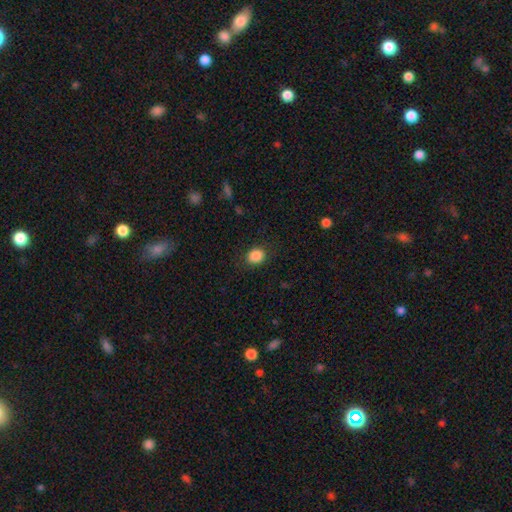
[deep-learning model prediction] smooth_or_featured: smooth (p=0.88) [alt: star or artifact p=0.09]
how_rounded: round (p=0.53) [alt: in between p=0.46]
merging: none (p=0.86) [alt: minor disturbance p=0.10]